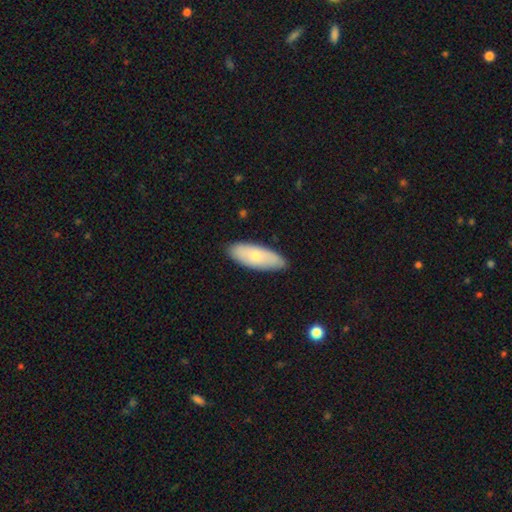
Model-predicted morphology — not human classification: Overall: smooth (71%). How rounded: in between (76%). Merging: none (85%).